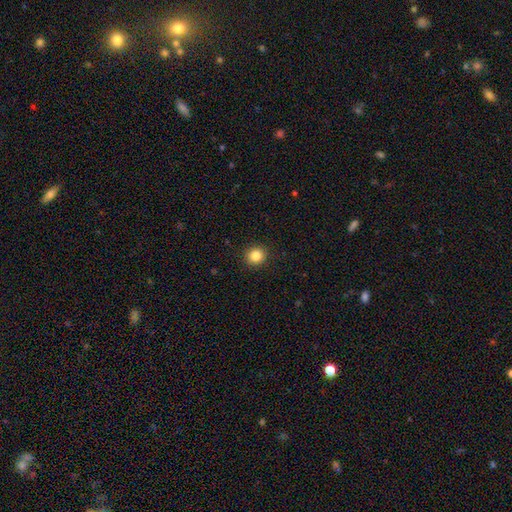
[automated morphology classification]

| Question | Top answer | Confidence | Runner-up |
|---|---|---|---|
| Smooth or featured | smooth | 85% | star or artifact (11%) |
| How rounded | round | 88% | in between (11%) |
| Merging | none | 92% | minor disturbance (5%) |